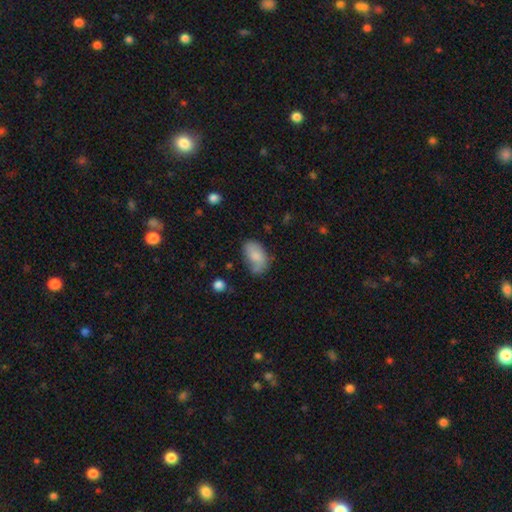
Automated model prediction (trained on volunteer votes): This appears to be a smooth galaxy with no disk features (76%) that is in between round and cigar-shaped (92%). Merging: none (56%).